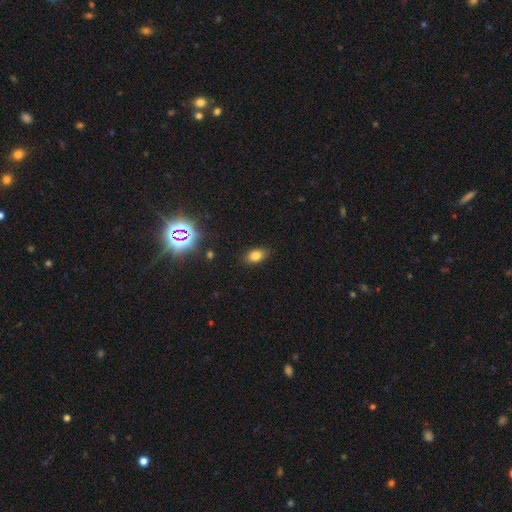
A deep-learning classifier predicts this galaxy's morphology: Smooth or featured? smooth (77%)
How rounded? in between (85%)
Merging? none (86%)